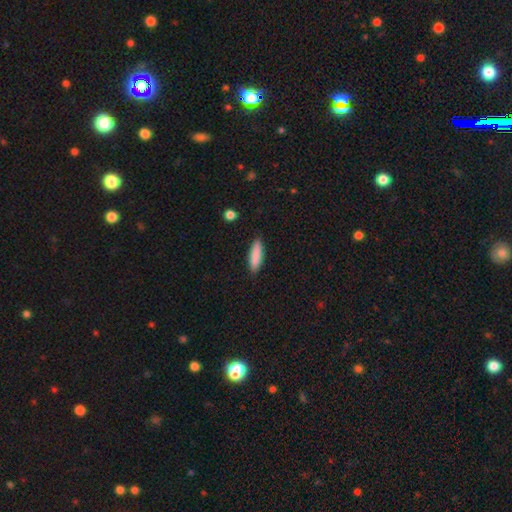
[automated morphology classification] smooth-or-featured: smooth: 86% | featured or disk: 8% | star or artifact: 6%
  how-rounded: cigar-shaped: 68% | in between: 30% | round: 1%
  merging: none: 88% | minor disturbance: 9% | major disturbance: 2% | merger: 1%